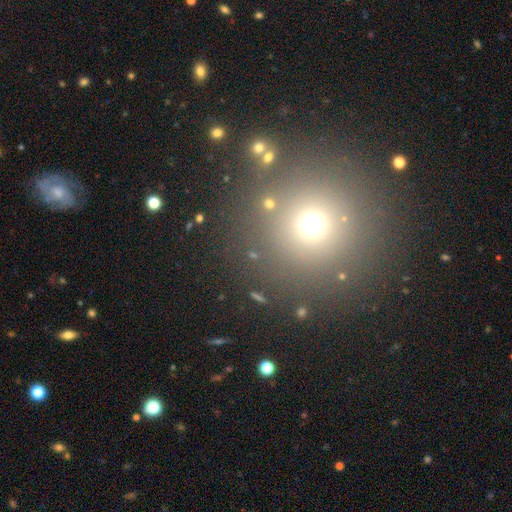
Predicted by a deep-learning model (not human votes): smooth-or-featured: smooth: 61% | star or artifact: 31% | featured or disk: 8%
  how-rounded: round: 95% | in between: 4% | cigar-shaped: 1%
  merging: none: 86% | minor disturbance: 6% | merger: 4% | major disturbance: 3%